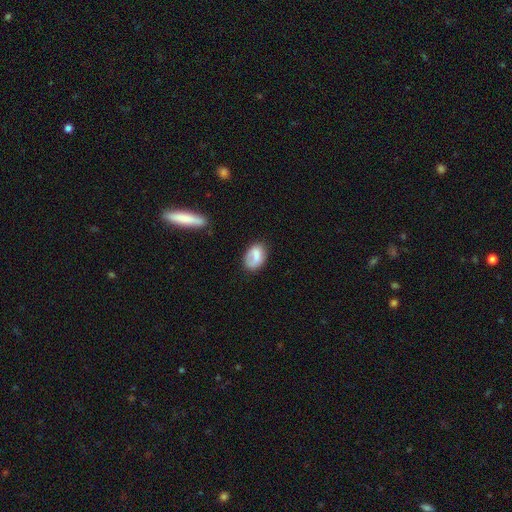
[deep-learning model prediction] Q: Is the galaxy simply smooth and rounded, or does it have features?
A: smooth — 71%.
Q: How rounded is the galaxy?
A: in between — 86%.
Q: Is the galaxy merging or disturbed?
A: none — 59%.